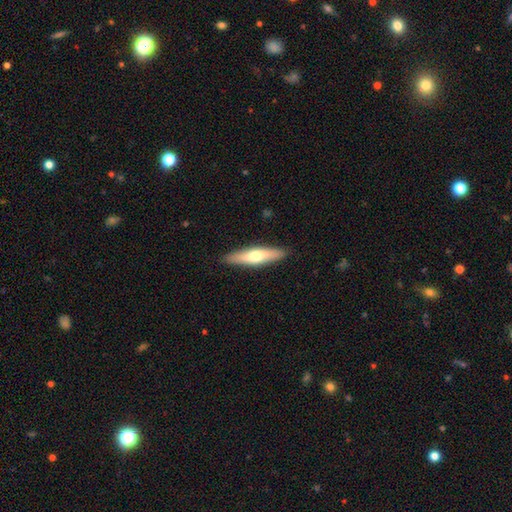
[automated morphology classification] Smooth or featured: smooth — 55% (featured or disk — 40%)
How rounded: cigar-shaped — 78% (in between — 21%)
Merging: none — 90% (minor disturbance — 8%)